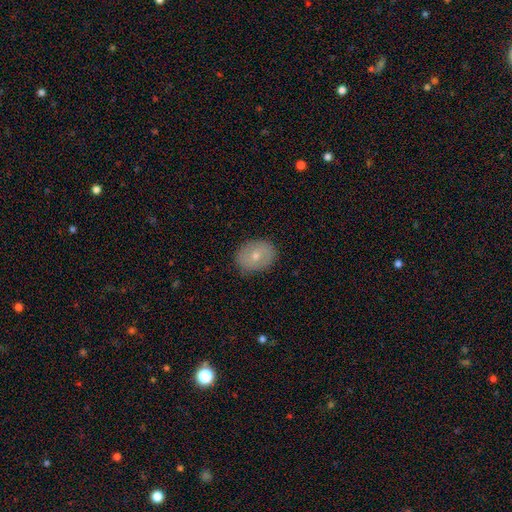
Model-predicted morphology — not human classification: smooth_or_featured: smooth (p=0.66) [alt: featured or disk p=0.26]
how_rounded: in between (p=0.58) [alt: round p=0.41]
merging: none (p=0.85) [alt: minor disturbance p=0.11]